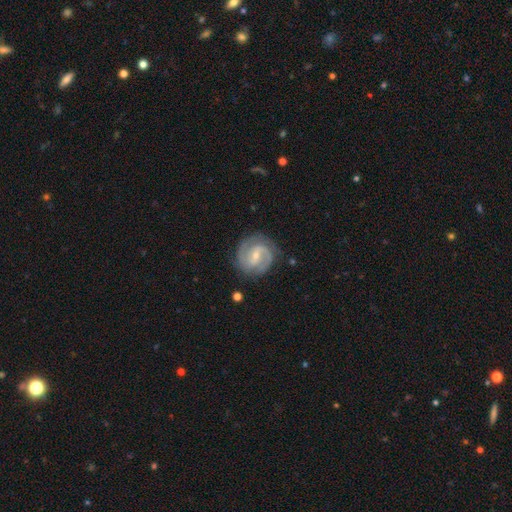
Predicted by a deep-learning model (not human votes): Smooth or featured?
  - featured or disk: 86% *
  - smooth: 10%
  - star or artifact: 5%
Edge-on disk?
  - no: 98% *
  - yes: 2%
Bar?
  - weak: 55% *
  - strong: 23%
  - no: 22%
Spiral arms?
  - yes: 97% *
  - no: 3%
Spiral winding?
  - medium: 50% *
  - tight: 37%
  - loose: 13%
Spiral arm count?
  - 2: 83% *
  - 3: 6%
  - can't tell: 6%
  - 1: 2%
  - 4: 1%
  - more than 4: 1%
Bulge size?
  - small: 63% *
  - moderate: 32%
  - none: 3%
  - large: 1%
  - dominant: 1%
Merging?
  - none: 80% *
  - minor disturbance: 14%
  - major disturbance: 5%
  - merger: 2%